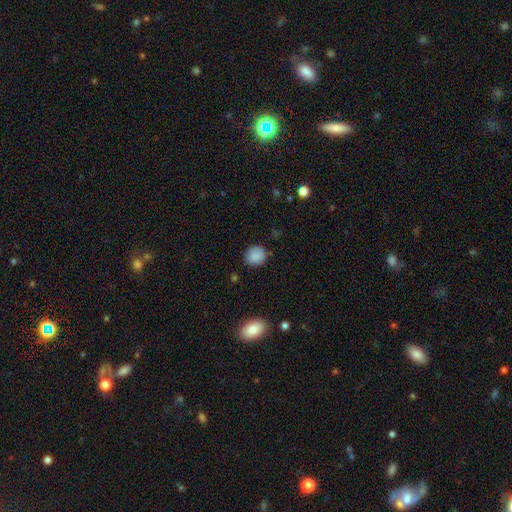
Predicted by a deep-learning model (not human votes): Overall: smooth (87%). How rounded: round (83%). Merging: none (85%).